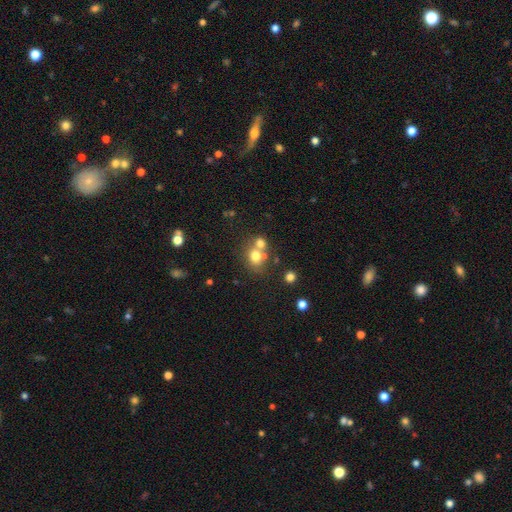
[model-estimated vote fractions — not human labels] This appears to be a smooth galaxy with no disk features (71%) that is round (64%). Merging: none (44%).